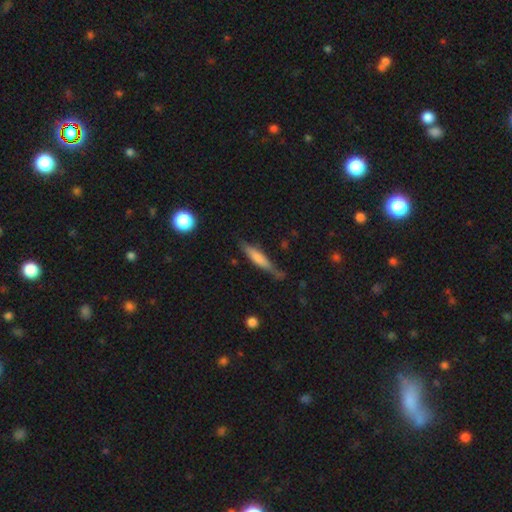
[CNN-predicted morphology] Overall: featured or disk (51%; smooth 39%). Edge-on disk: yes (94%). Merging: none (82%).